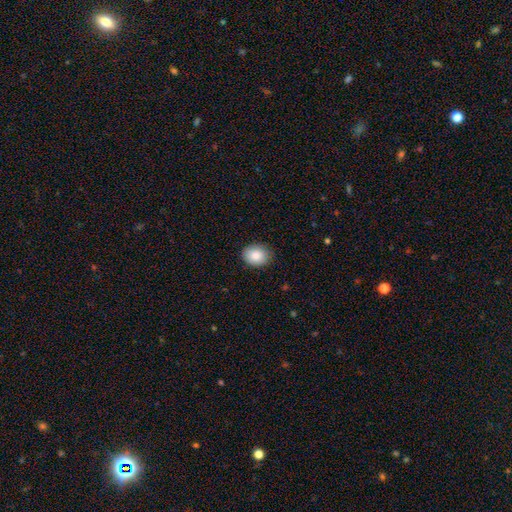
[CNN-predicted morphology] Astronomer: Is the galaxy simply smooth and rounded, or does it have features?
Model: smooth — 87%.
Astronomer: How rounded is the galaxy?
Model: round — 53% (runner-up: in between, 46%).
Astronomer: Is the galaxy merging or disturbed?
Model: none — 87%.